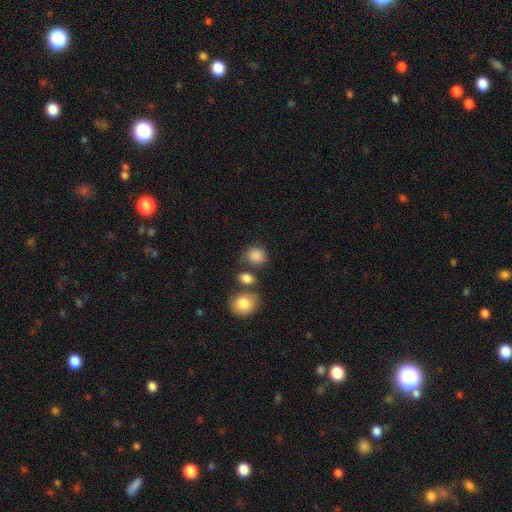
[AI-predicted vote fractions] Smooth or featured?
  - smooth: 86% *
  - star or artifact: 9%
  - featured or disk: 5%
How rounded?
  - round: 70% *
  - in between: 29%
  - cigar-shaped: 1%
Merging?
  - none: 63% *
  - minor disturbance: 16%
  - merger: 14%
  - major disturbance: 7%